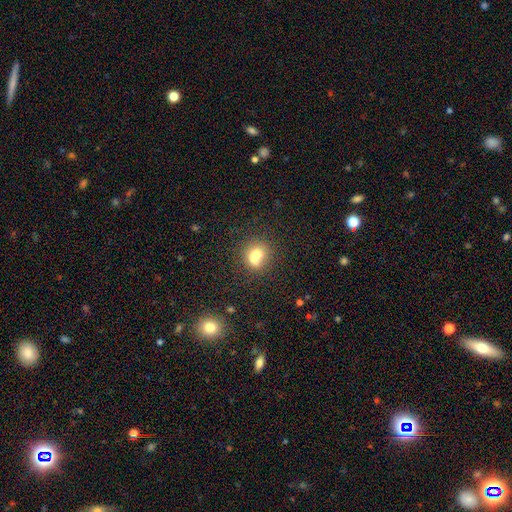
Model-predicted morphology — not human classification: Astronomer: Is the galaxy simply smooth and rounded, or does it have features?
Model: smooth — 68%.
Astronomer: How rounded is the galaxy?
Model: round — 72%.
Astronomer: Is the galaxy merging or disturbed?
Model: merger — 53% (runner-up: none, 34%).